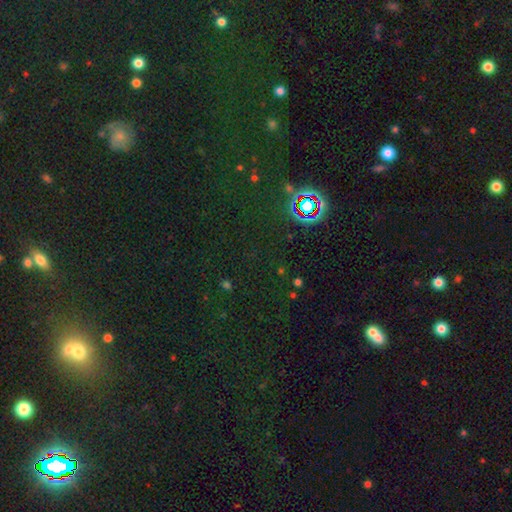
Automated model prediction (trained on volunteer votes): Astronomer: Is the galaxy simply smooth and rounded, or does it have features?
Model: star or artifact — 75%.